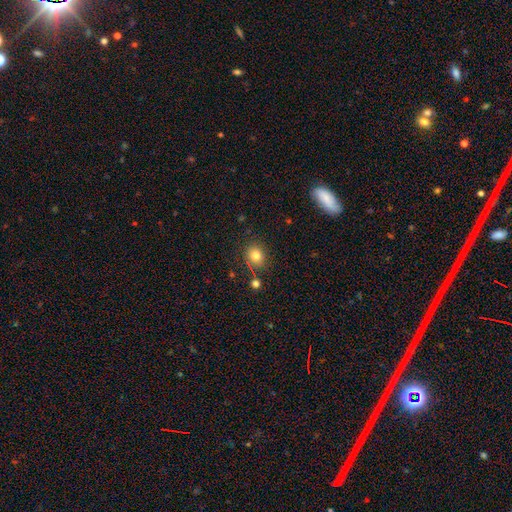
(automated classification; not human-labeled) Smooth or featured? Predicted: smooth (p=0.80). How rounded? Predicted: round (p=0.76). Merging? Predicted: none (p=0.81).